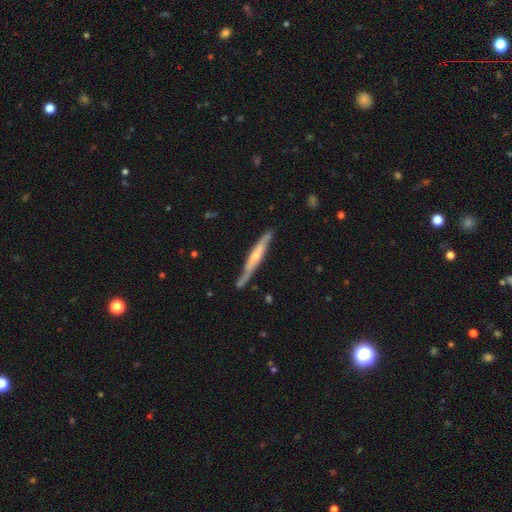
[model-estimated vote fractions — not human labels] A featured or disk galaxy (66%) viewed edge-on (91%) with a rounded central bulge (63%). Merging: none (76%).